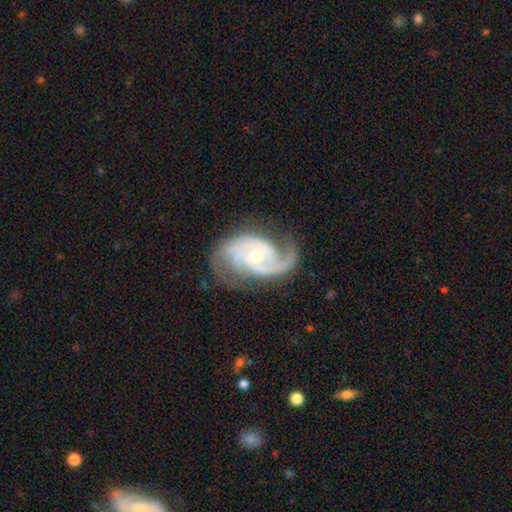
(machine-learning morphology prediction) Overall: featured or disk (92%). Edge-on disk: no (97%). Bar: no (49%; weak 38%). Spiral arms: yes (98%). Spiral arm count: 2 (71%). Spiral winding: medium (50%; tight 39%). Bulge size: moderate (50%; small 47%). Merging: none (71%).